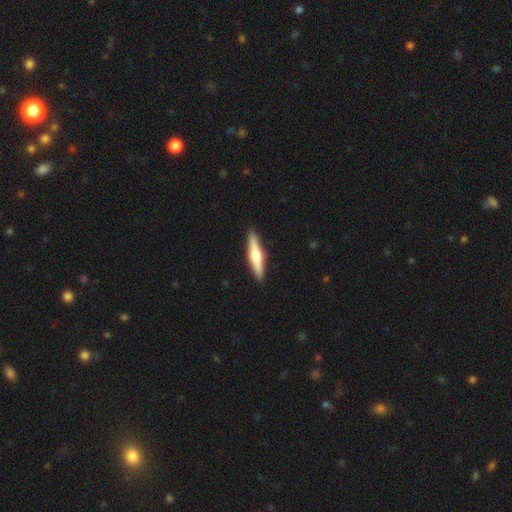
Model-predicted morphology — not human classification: featured or disk 54%, smooth 41%, star or artifact 5%. Down the decision tree: edge-on disk — yes (96%); edge-on bulge — rounded (89%); merging — none (91%).